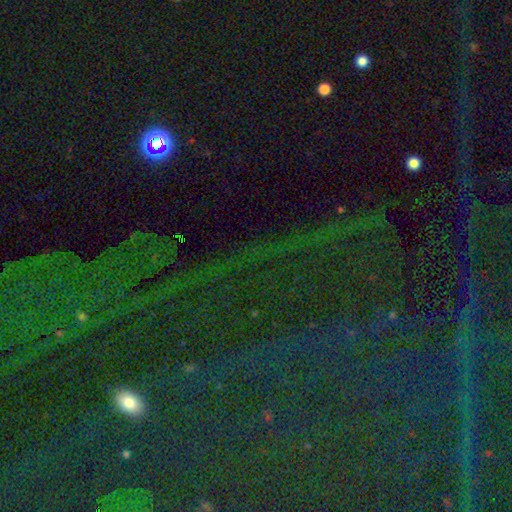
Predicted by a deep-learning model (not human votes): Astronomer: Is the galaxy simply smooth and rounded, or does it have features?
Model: star or artifact — 77%.